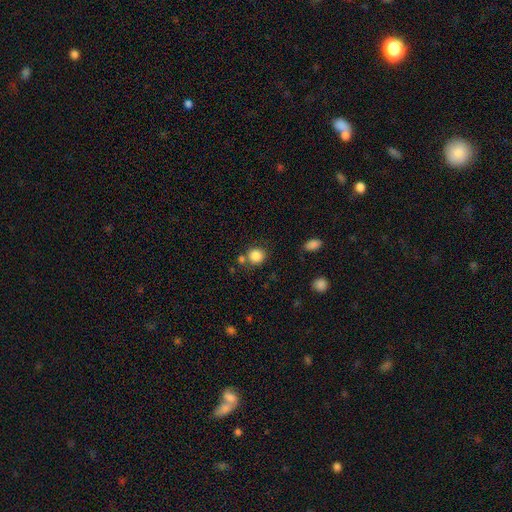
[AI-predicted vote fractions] Smooth or featured? smooth (85%)
How rounded? round (86%)
Merging? none (71%)